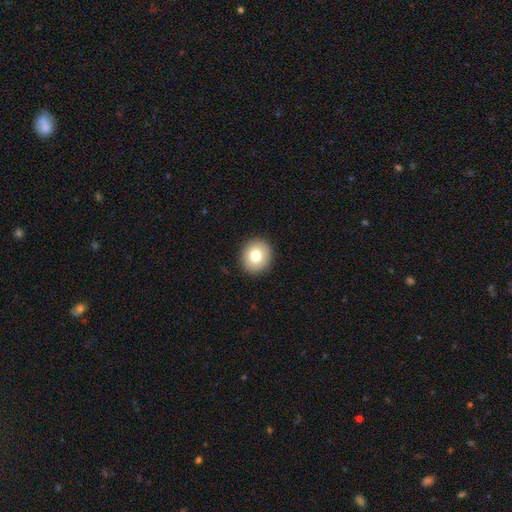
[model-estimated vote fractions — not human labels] Q: Smooth or featured?
A: smooth (77%); runner-up: featured or disk (13%)
Q: How rounded?
A: round (85%); runner-up: in between (14%)
Q: Merging?
A: none (92%); runner-up: minor disturbance (5%)